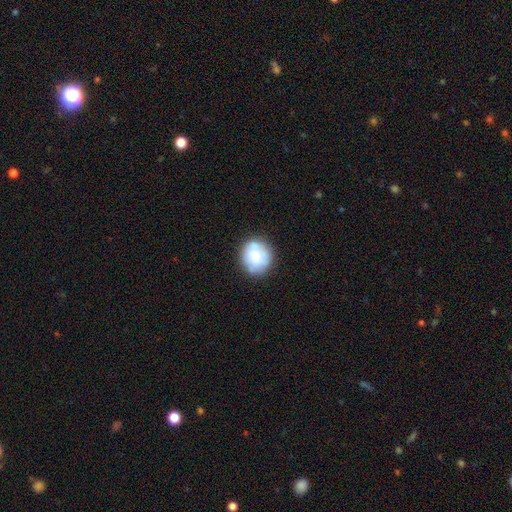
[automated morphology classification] Smooth or featured?
  - smooth: 78% *
  - featured or disk: 14%
  - star or artifact: 7%
How rounded?
  - round: 81% *
  - in between: 18%
  - cigar-shaped: 1%
Merging?
  - none: 80% *
  - minor disturbance: 15%
  - major disturbance: 4%
  - merger: 2%